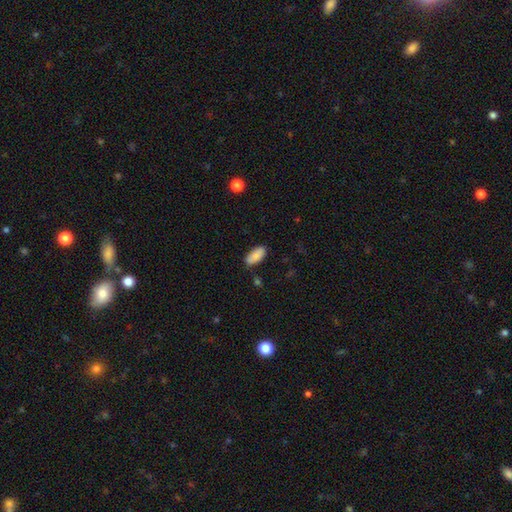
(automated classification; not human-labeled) This is clearly a smooth galaxy (85%). How rounded: clearly in between (92%). Merging: likely none (73%).